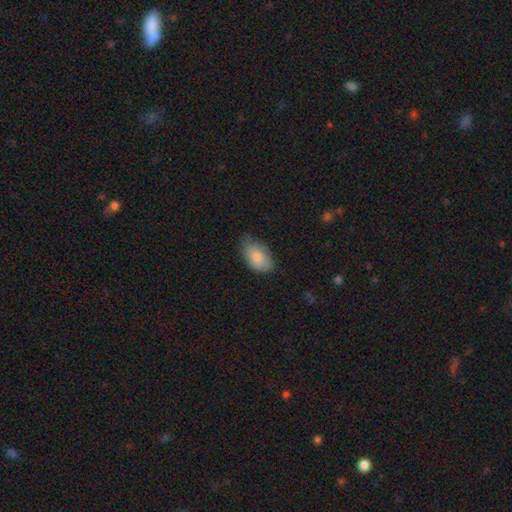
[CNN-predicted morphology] smooth-or-featured: smooth: 82% | featured or disk: 11% | star or artifact: 7%
  how-rounded: in between: 92% | round: 7% | cigar-shaped: 2%
  merging: none: 61% | minor disturbance: 32% | major disturbance: 6% | merger: 1%